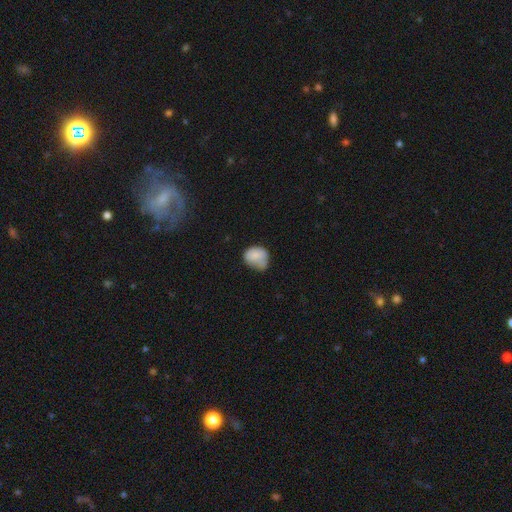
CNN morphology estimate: A smooth galaxy with no disk features (80%) that is round (53%). Merging: minor disturbance (43%).